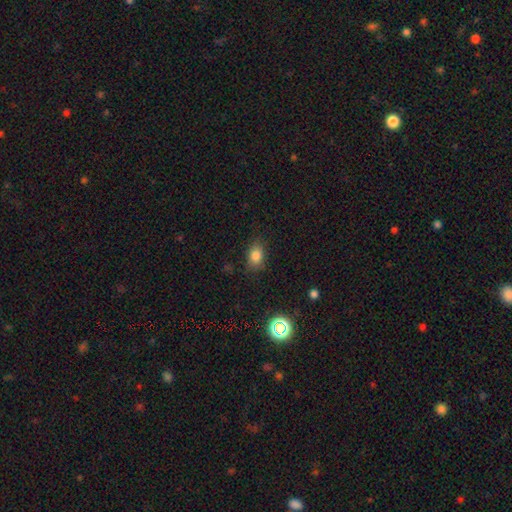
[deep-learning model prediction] Q: Smooth or featured?
A: smooth (81%); runner-up: star or artifact (12%)
Q: How rounded?
A: in between (76%); runner-up: round (22%)
Q: Merging?
A: none (80%); runner-up: minor disturbance (15%)